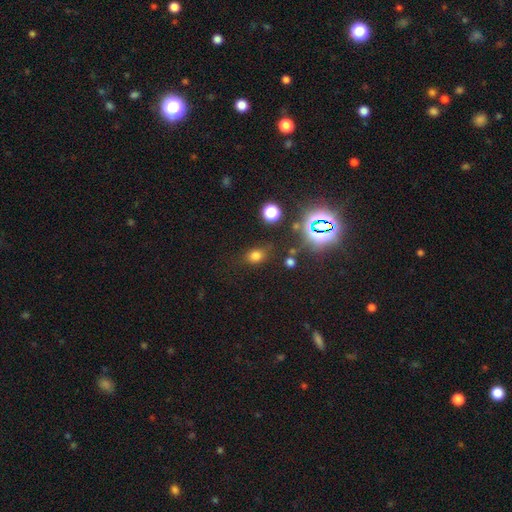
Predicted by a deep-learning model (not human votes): A smooth galaxy with no disk features (69%) that is in between round and cigar-shaped (54%). Merging: none (74%).